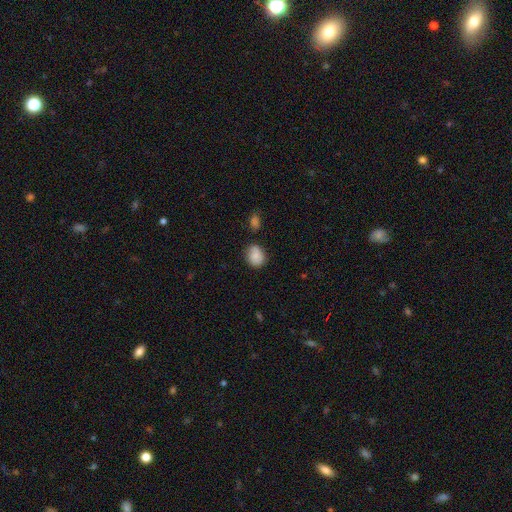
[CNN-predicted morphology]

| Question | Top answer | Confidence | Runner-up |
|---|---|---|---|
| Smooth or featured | smooth | 83% | featured or disk (9%) |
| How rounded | round | 60% | in between (39%) |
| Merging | none | 66% | minor disturbance (22%) |